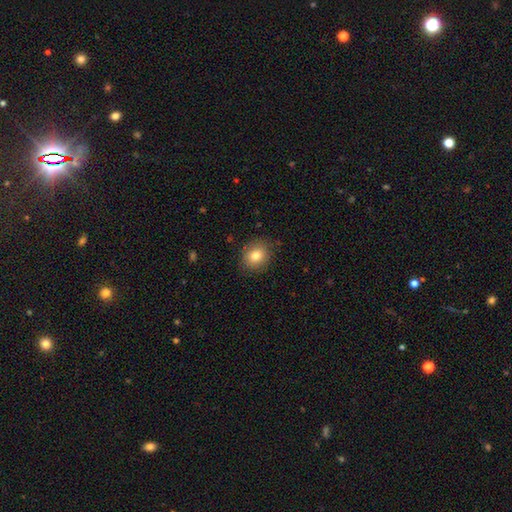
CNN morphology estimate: Q: Smooth or featured?
A: smooth (81%); runner-up: star or artifact (10%)
Q: How rounded?
A: round (67%); runner-up: in between (33%)
Q: Merging?
A: none (87%); runner-up: minor disturbance (10%)